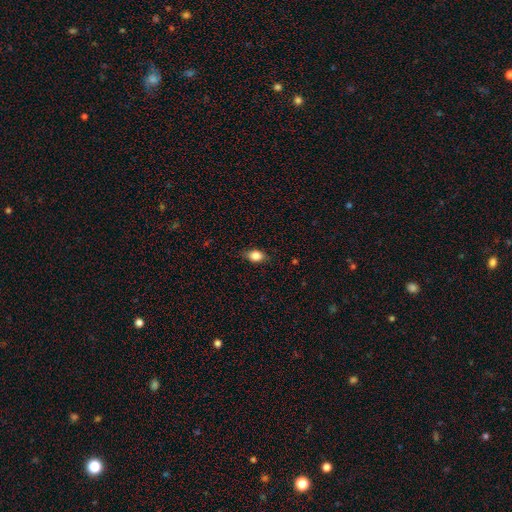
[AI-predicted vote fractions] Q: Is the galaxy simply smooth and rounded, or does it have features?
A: smooth — 85%.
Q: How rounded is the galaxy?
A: in between — 74%.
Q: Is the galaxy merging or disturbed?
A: none — 79%.